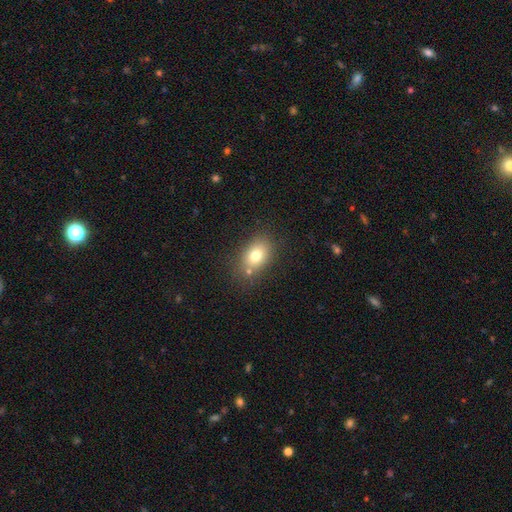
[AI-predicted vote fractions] Smooth or featured? smooth (76%)
How rounded? in between (76%)
Merging? none (72%)